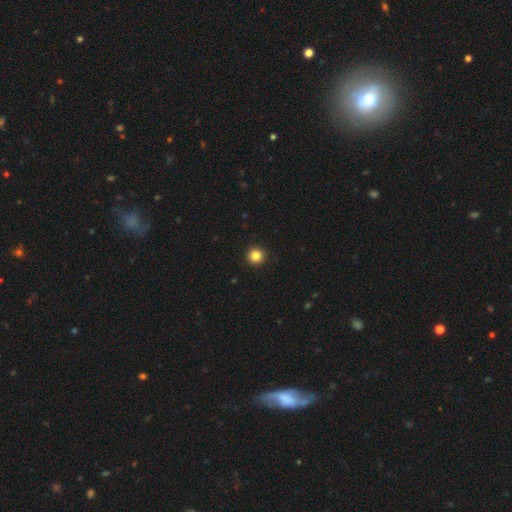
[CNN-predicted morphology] smooth_or_featured: smooth (p=0.85) [alt: star or artifact p=0.11]
how_rounded: round (p=0.96) [alt: in between p=0.03]
merging: none (p=0.94) [alt: minor disturbance p=0.04]